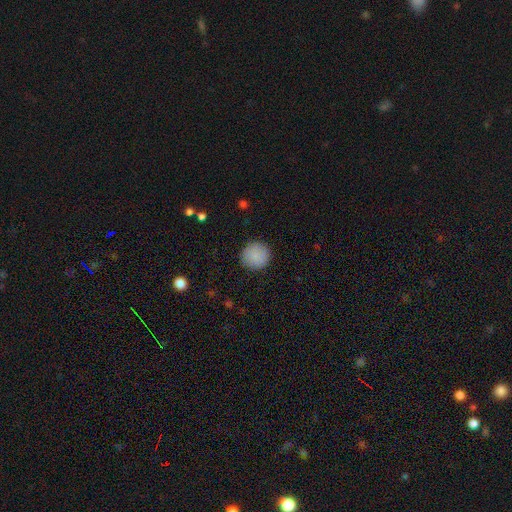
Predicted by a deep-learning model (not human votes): Smooth or featured?
  - smooth: 88% *
  - star or artifact: 7%
  - featured or disk: 4%
How rounded?
  - round: 94% *
  - in between: 5%
  - cigar-shaped: 1%
Merging?
  - none: 90% *
  - minor disturbance: 7%
  - major disturbance: 2%
  - merger: 1%